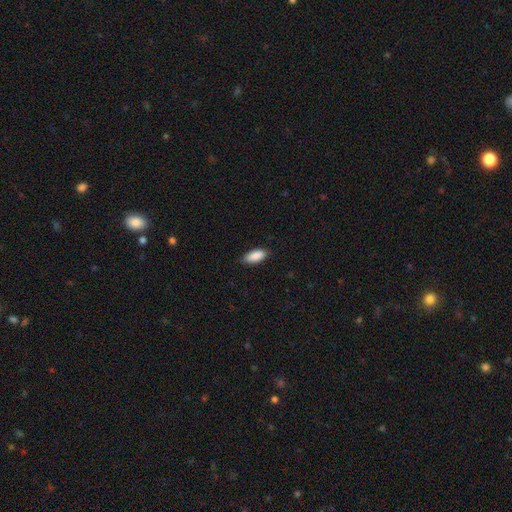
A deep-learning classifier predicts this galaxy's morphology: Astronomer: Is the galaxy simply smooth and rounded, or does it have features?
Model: smooth — 90%.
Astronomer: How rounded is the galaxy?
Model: in between — 86%.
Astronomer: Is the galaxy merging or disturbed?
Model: none — 82%.